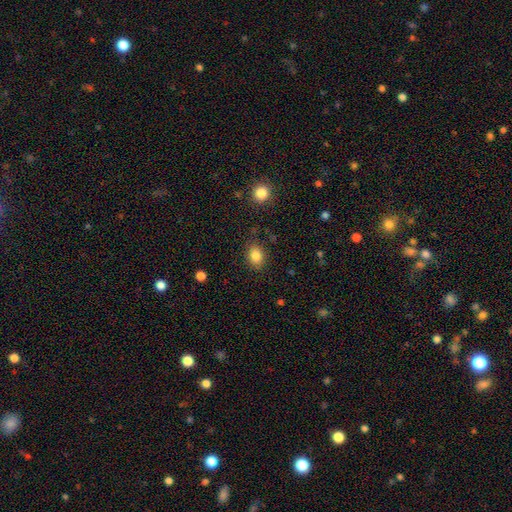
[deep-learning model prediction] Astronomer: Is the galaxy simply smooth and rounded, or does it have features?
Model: smooth — 85%.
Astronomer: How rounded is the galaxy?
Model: in between — 68%.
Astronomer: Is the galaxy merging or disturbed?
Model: none — 84%.